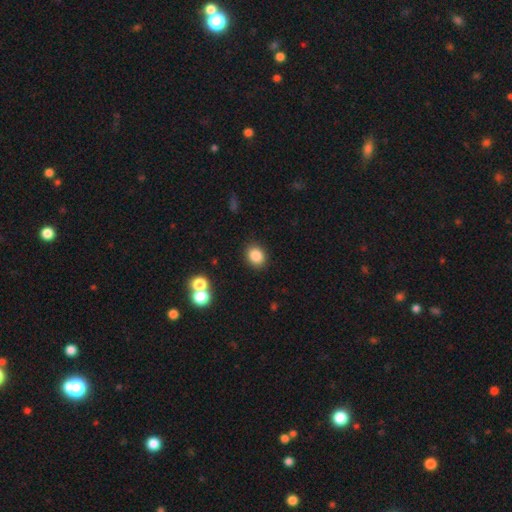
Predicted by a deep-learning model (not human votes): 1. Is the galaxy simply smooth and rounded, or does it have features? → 85% smooth, 10% star or artifact, 5% featured or disk.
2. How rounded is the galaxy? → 56% round, 43% in between, 1% cigar-shaped.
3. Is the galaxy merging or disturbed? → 87% none, 8% minor disturbance, 3% merger, 2% major disturbance.